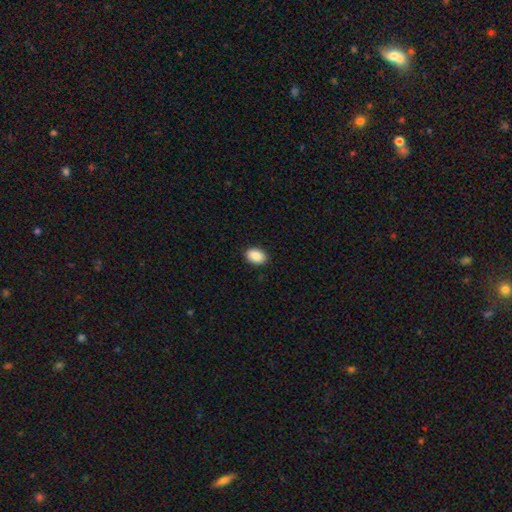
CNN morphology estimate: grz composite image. It shows a smooth galaxy with no disk features (90%) that is in between round and cigar-shaped (85%). Merging: none (89%).